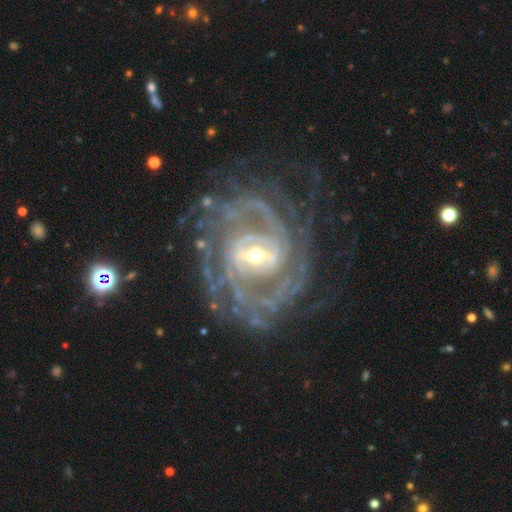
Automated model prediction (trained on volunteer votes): The model was most divided on "bulge size": moderate: 48%, small: 46%, large: 4%, none: 1%, dominant: 1%. Remaining: spiral arms — yes (97%); edge-on disk — no (97%); smooth or featured — featured or disk (92%); merging — none (69%); spiral winding — tight (57%); bar — strong (51%); spiral arm count — 2 (26%).